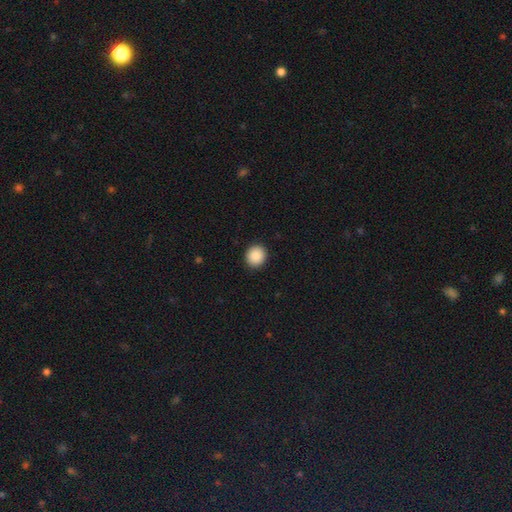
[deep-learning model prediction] Overall: smooth (89%). How rounded: round (86%). Merging: none (92%).